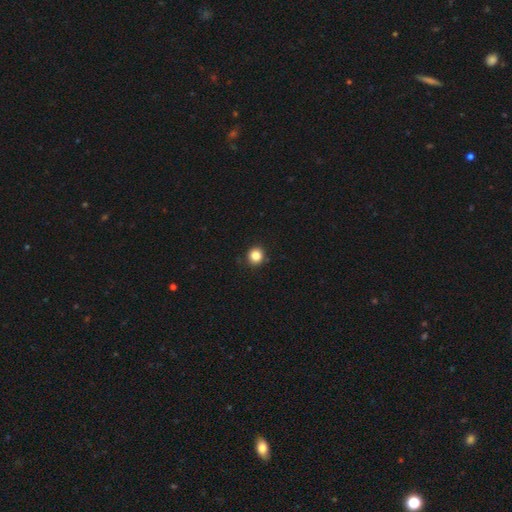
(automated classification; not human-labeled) A smooth galaxy with no disk features (84%) that is round (92%). Merging: none (91%).